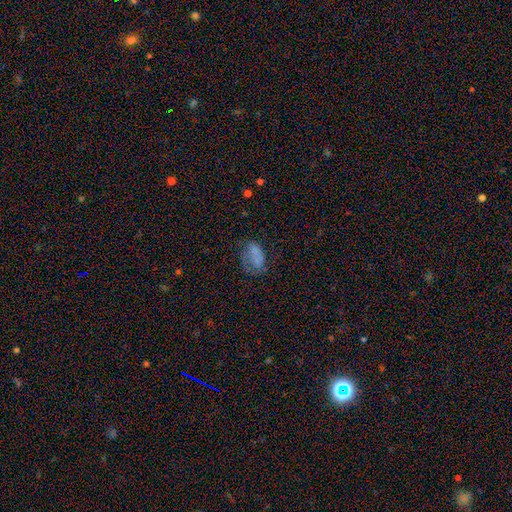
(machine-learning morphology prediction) The model was most divided on "merging": none: 38%, major disturbance: 30%, minor disturbance: 28%, merger: 3%. More confident: how rounded — in between (87%); smooth or featured — smooth (63%).